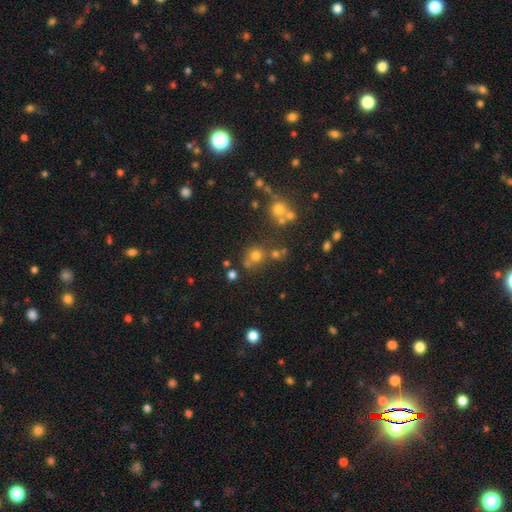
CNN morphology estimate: smooth 67%, star or artifact 22%, featured or disk 11%. Down the decision tree: how rounded — round (87%); merging — none (65%).